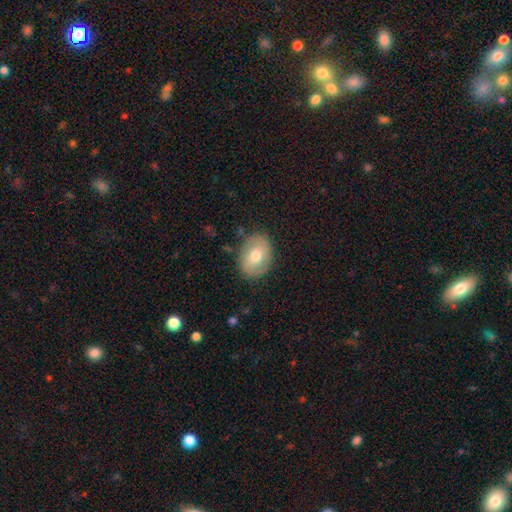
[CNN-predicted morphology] The model was most divided on "smooth or featured": smooth: 62%, featured or disk: 31%, star or artifact: 7%. More confident: merging — none (83%); how rounded — in between (71%).